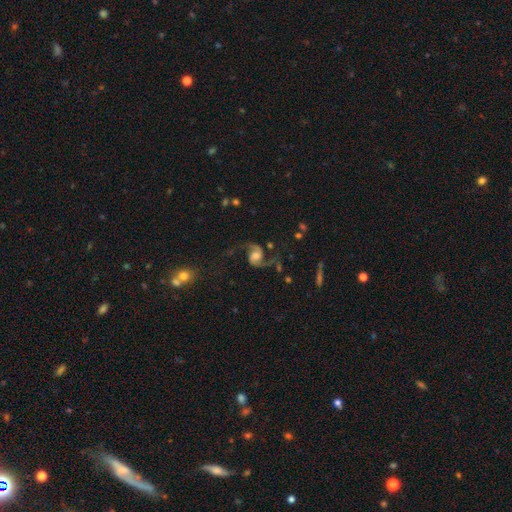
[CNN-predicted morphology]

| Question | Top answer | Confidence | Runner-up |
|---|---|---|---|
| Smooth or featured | featured or disk | 88% | smooth (6%) |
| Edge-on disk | no | 98% | yes (2%) |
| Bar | no | 57% | weak (34%) |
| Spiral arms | yes | 97% | no (3%) |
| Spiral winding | loose | 65% | medium (30%) |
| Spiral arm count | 2 | 93% | 1 (2%) |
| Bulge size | moderate | 44% | large (26%) |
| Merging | none | 71% | minor disturbance (15%) |